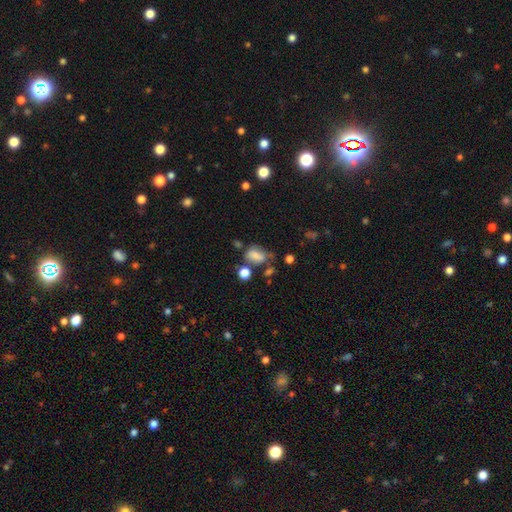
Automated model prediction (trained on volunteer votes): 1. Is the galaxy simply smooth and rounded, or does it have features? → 73% smooth, 14% featured or disk, 13% star or artifact.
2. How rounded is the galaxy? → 78% in between, 20% round, 2% cigar-shaped.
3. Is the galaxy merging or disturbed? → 36% none, 27% minor disturbance, 20% major disturbance, 17% merger.